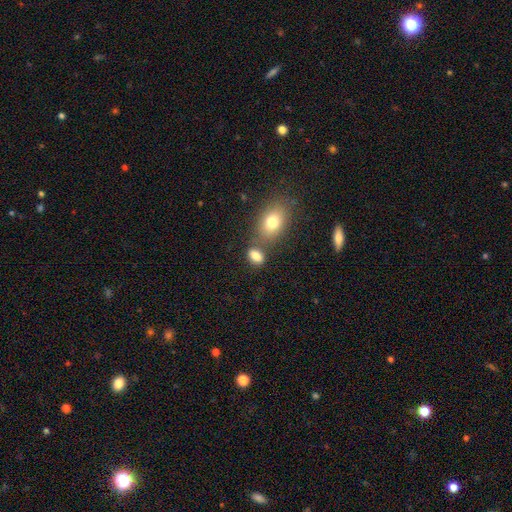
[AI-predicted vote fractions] Morphology: type=smooth (81%); roundness=in between (82%); merging=none (58%).